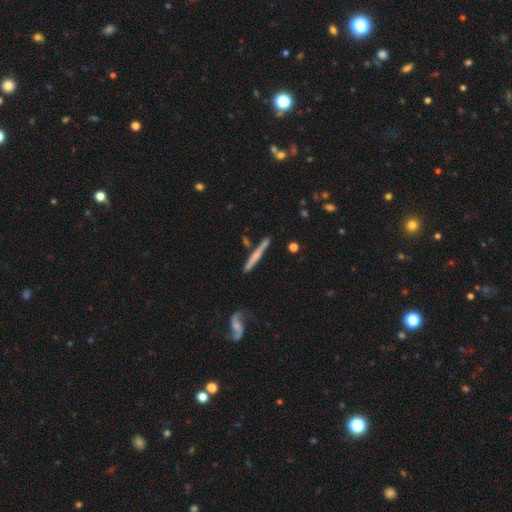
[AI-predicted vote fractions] Smooth or featured? featured or disk (57%)
Edge-on disk? yes (94%)
Edge-on bulge? none (52%)
Merging? none (81%)